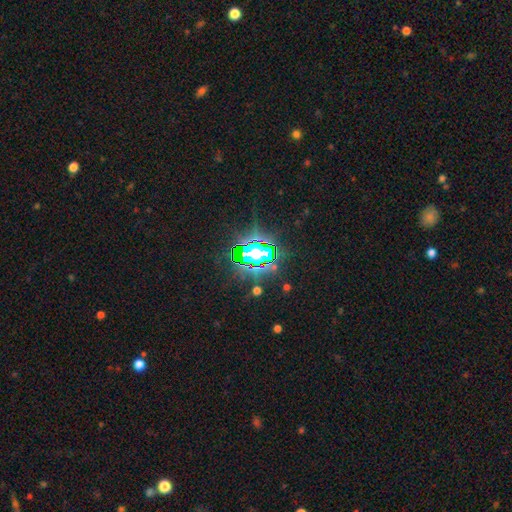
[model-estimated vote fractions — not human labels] Smooth or featured? Predicted: star or artifact (p=0.75).